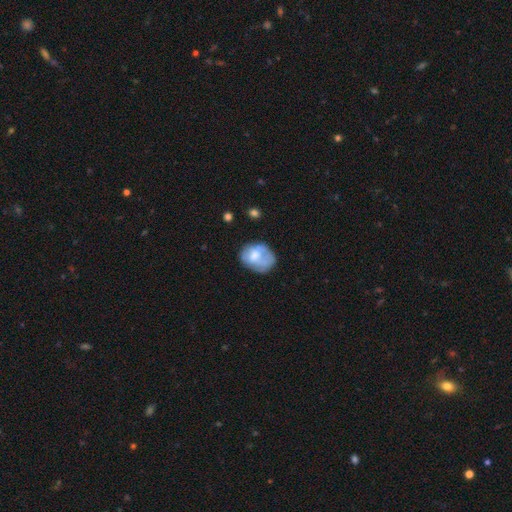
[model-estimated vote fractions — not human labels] The model was most divided on "how rounded": in between: 57%, round: 42%, cigar-shaped: 1%. Remaining: smooth or featured — smooth (56%); merging — none (47%).